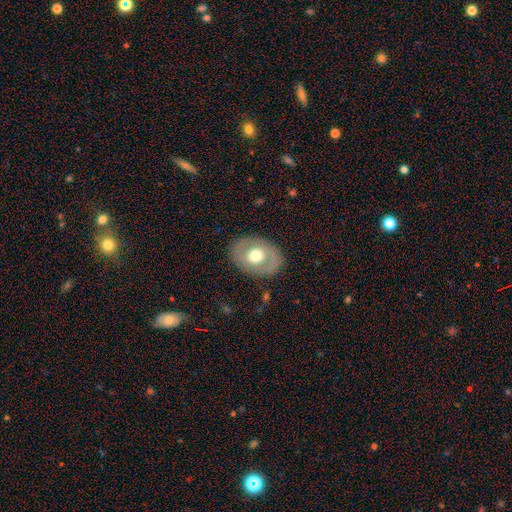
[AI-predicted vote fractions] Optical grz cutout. It shows a smooth galaxy with no disk features (51%) that is in between round and cigar-shaped (65%). Merging: none (84%).